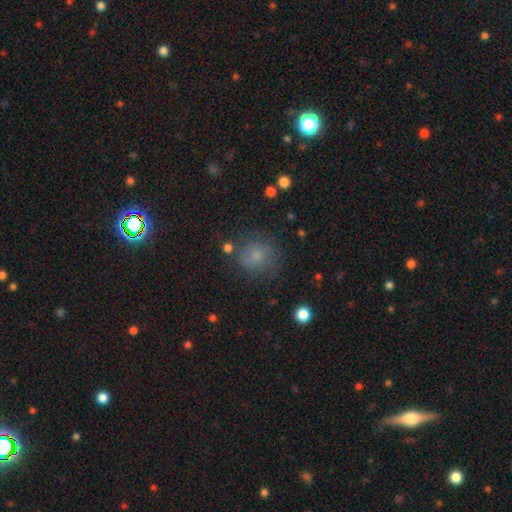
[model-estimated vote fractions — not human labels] A smooth galaxy with no disk features (71%) that is round (86%).

Vote fractions:
- Smooth or featured? smooth: 71% / star or artifact: 17% / featured or disk: 12%
- How rounded? round: 86% / in between: 13% / cigar-shaped: 1%
- Merging? none: 75% / minor disturbance: 15% / major disturbance: 6% / merger: 3%